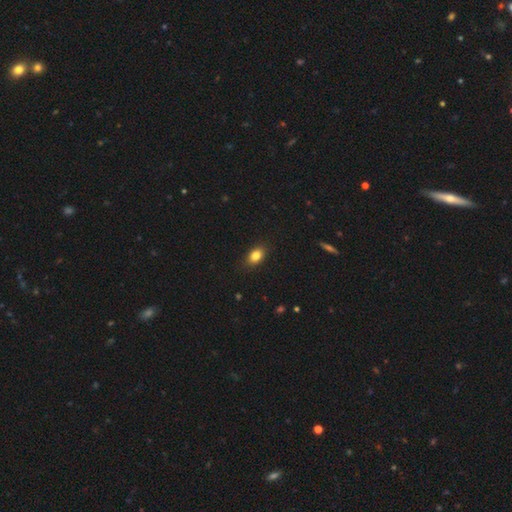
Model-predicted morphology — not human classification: Smooth or featured? Predicted: smooth (p=0.84). How rounded? Predicted: in between (p=0.80). Merging? Predicted: none (p=0.86).